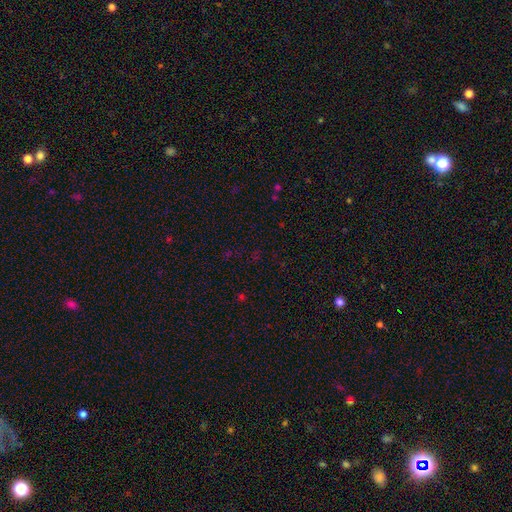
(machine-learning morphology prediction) Q: Smooth or featured?
A: star or artifact (66%); runner-up: smooth (26%)